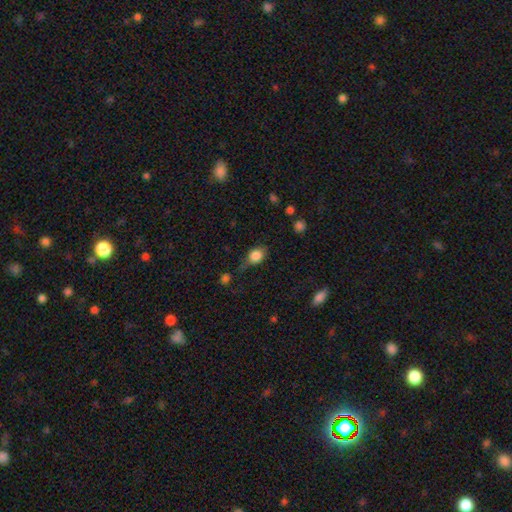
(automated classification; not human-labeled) Smooth or featured: smooth — 83% (star or artifact — 9%)
How rounded: in between — 57% (round — 41%)
Merging: none — 53% (minor disturbance — 30%)